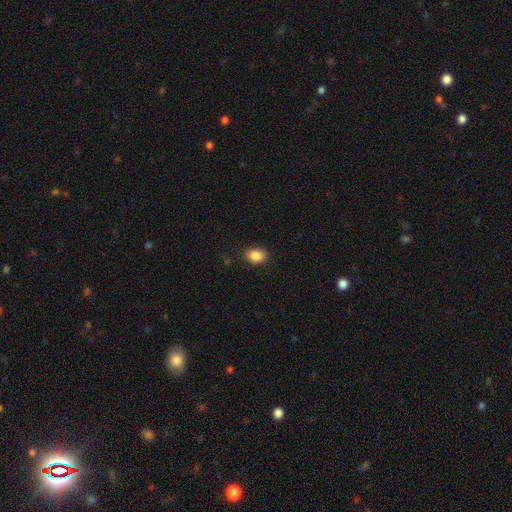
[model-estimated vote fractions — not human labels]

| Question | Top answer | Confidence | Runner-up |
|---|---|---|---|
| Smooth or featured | smooth | 87% | star or artifact (9%) |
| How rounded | in between | 76% | round (23%) |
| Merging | none | 88% | minor disturbance (9%) |